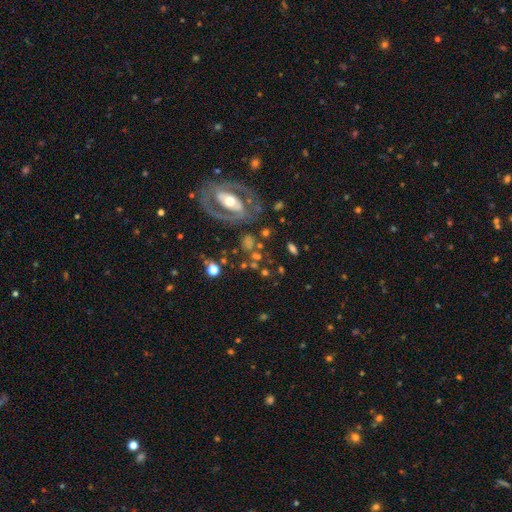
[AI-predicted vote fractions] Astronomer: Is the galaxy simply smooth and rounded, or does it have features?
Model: featured or disk — 68%.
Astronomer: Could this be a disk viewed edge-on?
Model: no — 91%.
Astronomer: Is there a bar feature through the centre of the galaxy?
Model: no — 42% (runner-up: strong, 30%).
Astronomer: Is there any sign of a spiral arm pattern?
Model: yes — 62% (runner-up: no, 38%).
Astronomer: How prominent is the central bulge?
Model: moderate — 62%.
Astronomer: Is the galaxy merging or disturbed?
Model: none — 66%.